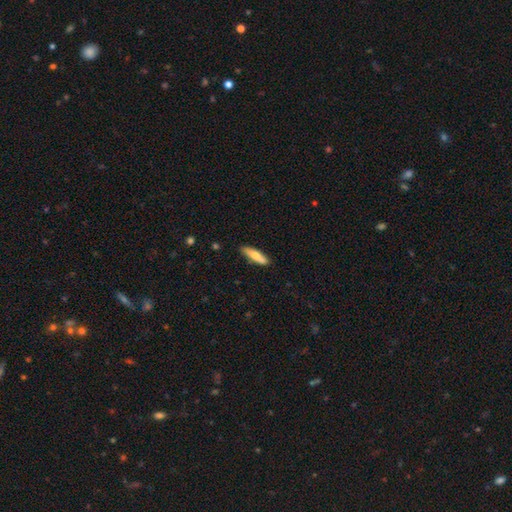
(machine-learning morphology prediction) Smooth or featured?
  - smooth: 64% *
  - featured or disk: 30%
  - star or artifact: 5%
How rounded?
  - cigar-shaped: 68% *
  - in between: 30%
  - round: 2%
Merging?
  - none: 84% *
  - minor disturbance: 12%
  - merger: 2%
  - major disturbance: 2%